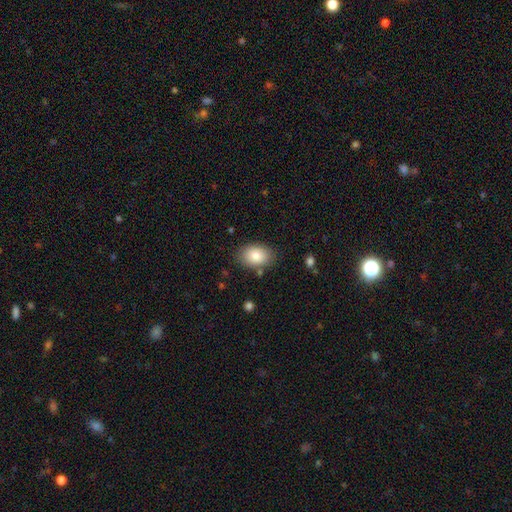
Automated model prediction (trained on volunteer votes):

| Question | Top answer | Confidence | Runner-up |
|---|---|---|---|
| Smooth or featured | smooth | 84% | featured or disk (9%) |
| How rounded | in between | 84% | round (15%) |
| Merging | none | 82% | minor disturbance (13%) |